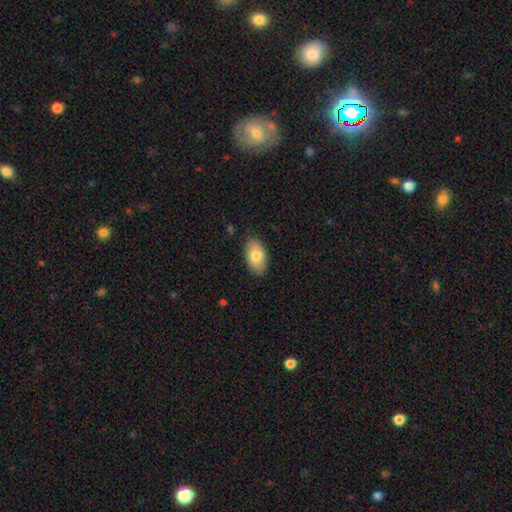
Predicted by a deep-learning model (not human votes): This appears to be a smooth galaxy with no disk features (78%) that is in between round and cigar-shaped (93%). Merging: none (84%).